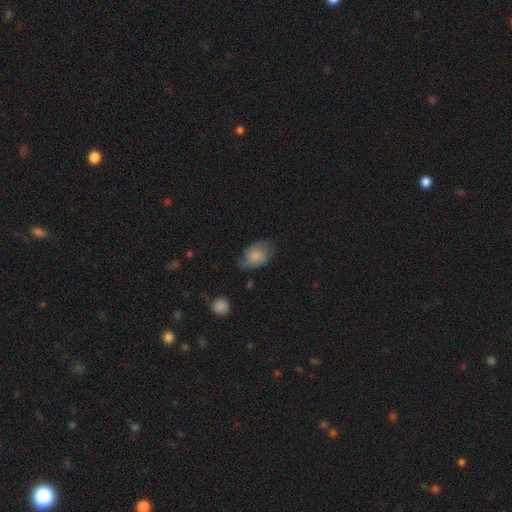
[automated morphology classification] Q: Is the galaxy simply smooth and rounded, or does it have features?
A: smooth — 62%.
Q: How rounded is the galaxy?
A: in between — 80%.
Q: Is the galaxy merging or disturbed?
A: none — 51%.